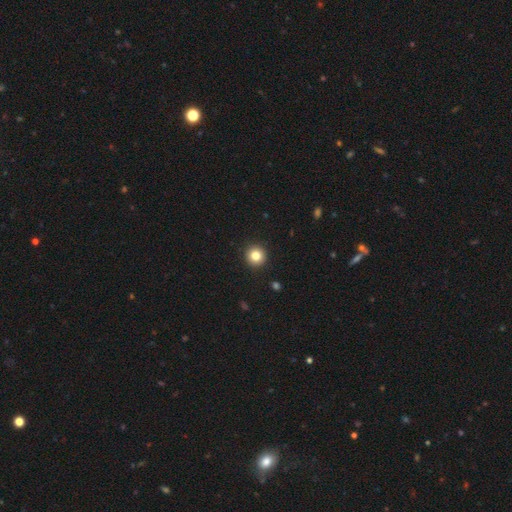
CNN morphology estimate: Smooth or featured? smooth (83%)
How rounded? round (95%)
Merging? none (93%)